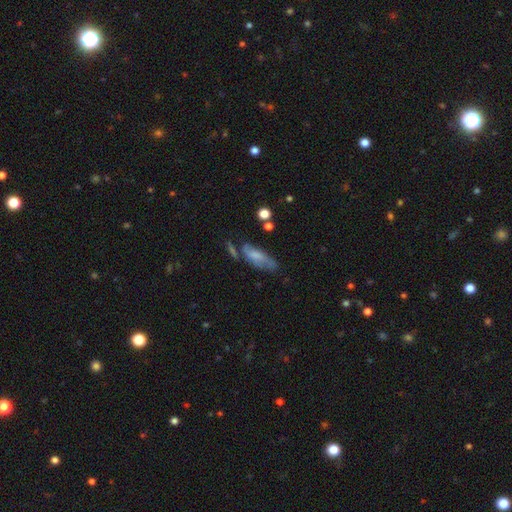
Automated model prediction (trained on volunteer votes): Overall: smooth (54%; featured or disk 37%). How rounded: in between (66%; cigar-shaped 31%). Merging: none (42%; minor disturbance 27%).